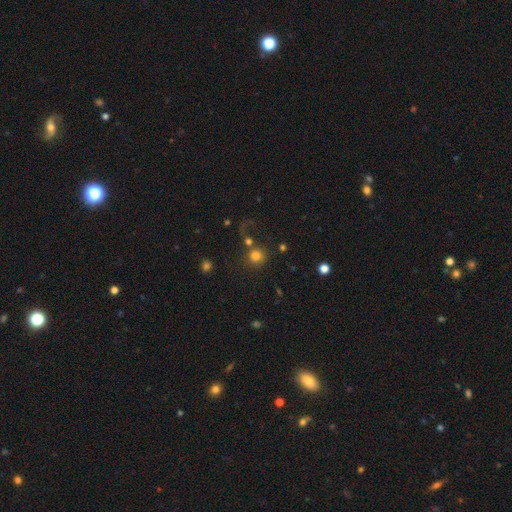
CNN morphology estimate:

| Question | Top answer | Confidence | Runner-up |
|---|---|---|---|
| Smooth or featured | smooth | 77% | star or artifact (14%) |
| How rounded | round | 92% | in between (7%) |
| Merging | none | 60% | merger (22%) |